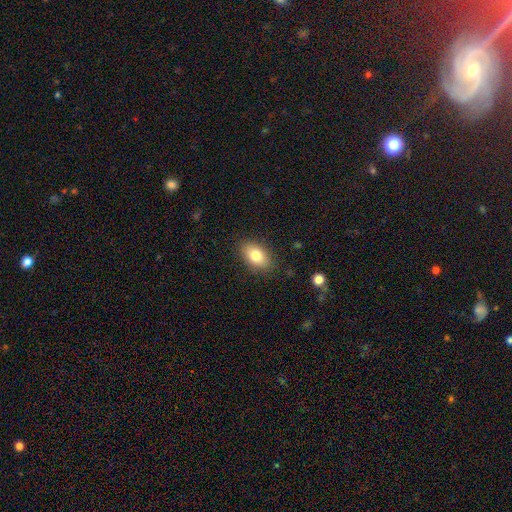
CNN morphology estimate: The model was most divided on "smooth or featured": smooth: 80%, featured or disk: 12%, star or artifact: 8%. More confident: how rounded — in between (89%); merging — none (86%).